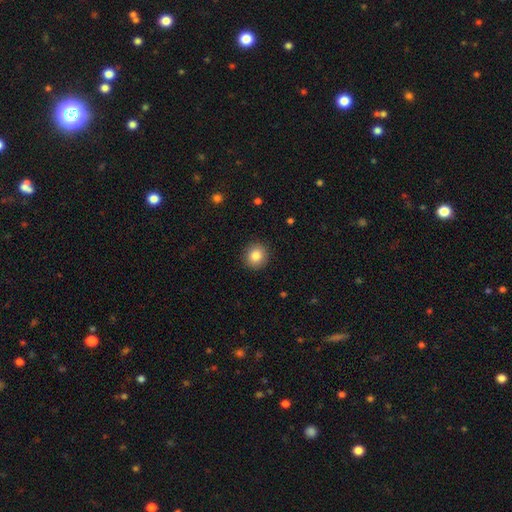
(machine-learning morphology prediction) A smooth galaxy with no disk features (85%) that is round (87%).

Vote fractions:
- Smooth or featured? smooth: 85% / star or artifact: 9% / featured or disk: 6%
- How rounded? round: 87% / in between: 12% / cigar-shaped: 1%
- Merging? none: 91% / minor disturbance: 6% / major disturbance: 2% / merger: 1%